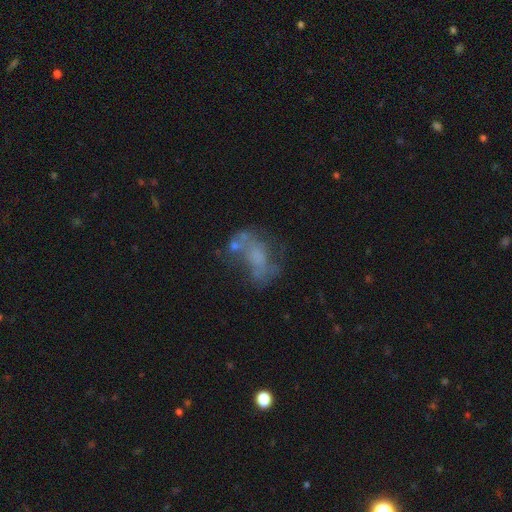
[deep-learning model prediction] Smooth or featured?
  - featured or disk: 53% *
  - smooth: 29%
  - star or artifact: 17%
Edge-on disk?
  - no: 96% *
  - yes: 4%
Bar?
  - no: 82% *
  - weak: 14%
  - strong: 4%
Spiral arms?
  - no: 74% *
  - yes: 26%
Bulge size?
  - none: 56% *
  - small: 20%
  - moderate: 17%
  - large: 5%
  - dominant: 2%
Merging?
  - none: 34% *
  - major disturbance: 27%
  - merger: 22%
  - minor disturbance: 17%